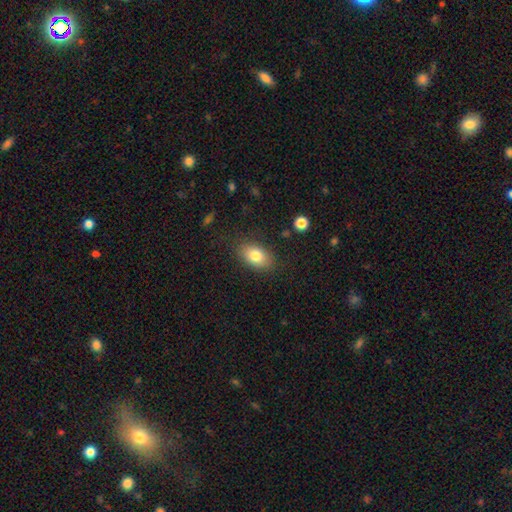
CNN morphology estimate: type=smooth (81%); roundness=in between (88%); merging=none (83%).